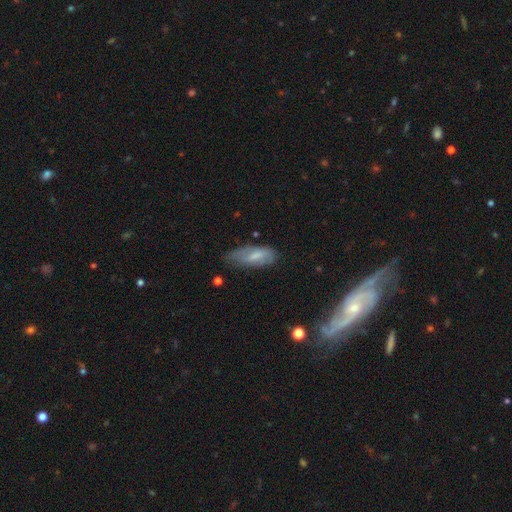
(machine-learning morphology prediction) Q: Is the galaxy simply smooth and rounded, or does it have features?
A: smooth — 56%.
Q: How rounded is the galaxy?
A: in between — 76%.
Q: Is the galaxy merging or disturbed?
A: none — 52%.